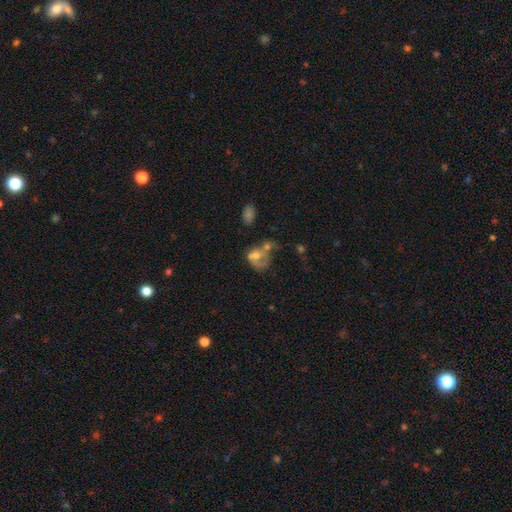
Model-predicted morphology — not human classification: Smooth or featured? smooth (47%)
Merging? merger (39%)